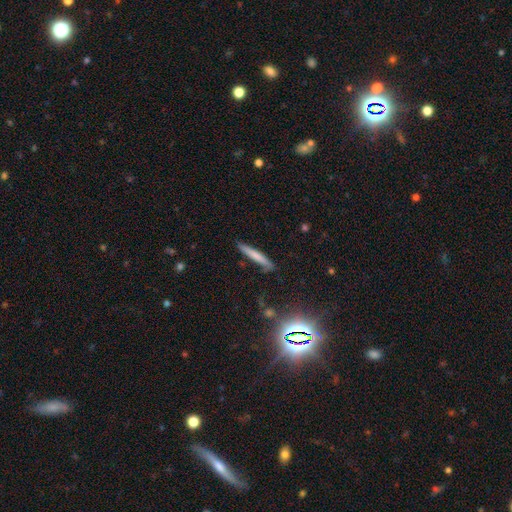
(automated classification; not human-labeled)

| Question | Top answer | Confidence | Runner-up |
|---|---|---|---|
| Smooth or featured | smooth | 67% | featured or disk (25%) |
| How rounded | cigar-shaped | 94% | in between (4%) |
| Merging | none | 83% | minor disturbance (12%) |